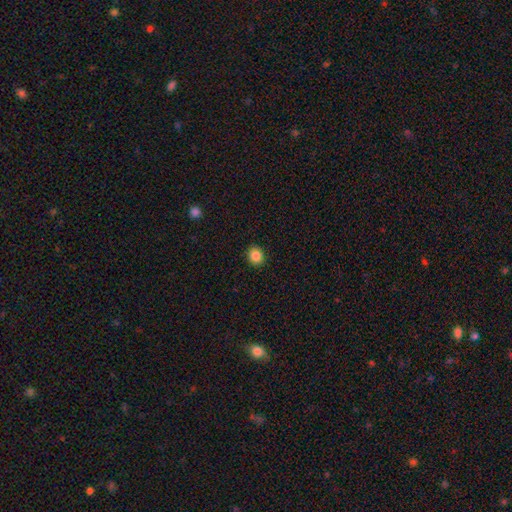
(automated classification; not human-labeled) Smooth or featured?
  - smooth: 86% *
  - star or artifact: 10%
  - featured or disk: 4%
How rounded?
  - round: 79% *
  - in between: 20%
  - cigar-shaped: 1%
Merging?
  - none: 91% *
  - minor disturbance: 6%
  - major disturbance: 2%
  - merger: 1%